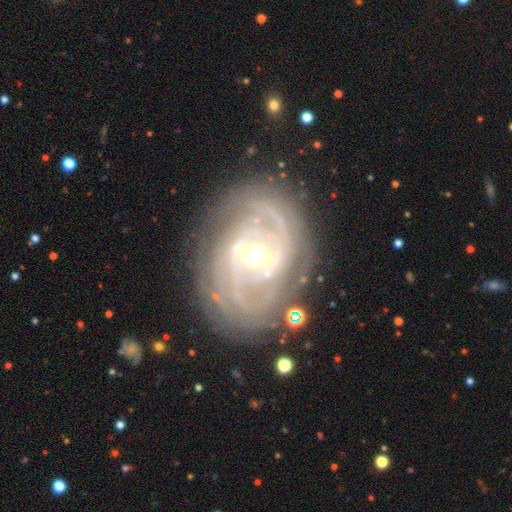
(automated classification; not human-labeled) smooth_or_featured: featured or disk (p=0.88) [alt: smooth p=0.06]
disk_edge_on: no (p=0.96) [alt: yes p=0.04]
bar: weak (p=0.42) [alt: no p=0.34]
has_spiral_arms: yes (p=0.94) [alt: no p=0.06]
spiral_winding: tight (p=0.74) [alt: medium p=0.21]
spiral_arm_count: can't tell (p=0.32) [alt: 2 p=0.24]
bulge_size: moderate (p=0.63) [alt: small p=0.30]
merging: none (p=0.77) [alt: minor disturbance p=0.15]